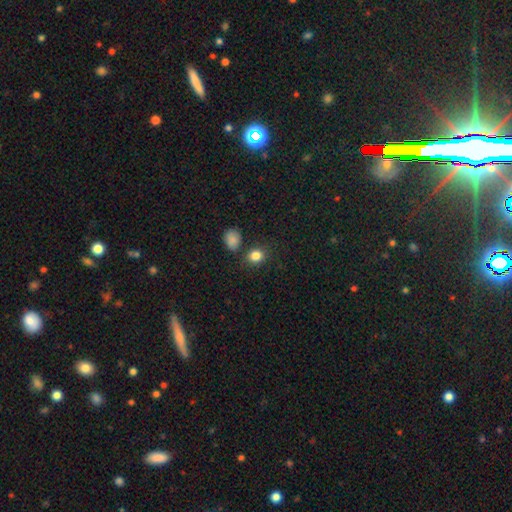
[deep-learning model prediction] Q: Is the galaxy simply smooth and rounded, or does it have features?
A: smooth — 84%.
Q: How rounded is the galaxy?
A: round — 63%.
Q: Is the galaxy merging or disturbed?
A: none — 78%.